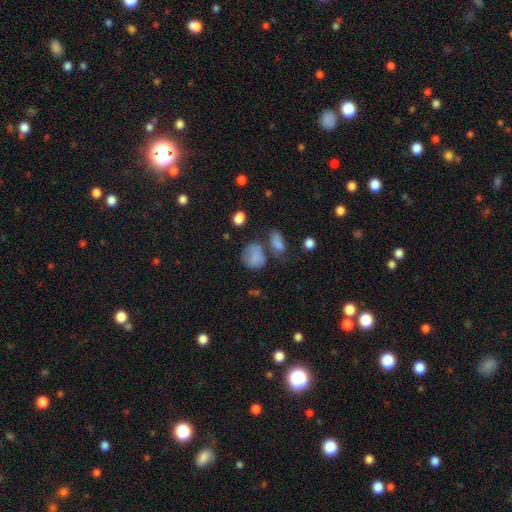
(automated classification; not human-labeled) Smooth or featured?
  - smooth: 79% *
  - featured or disk: 12%
  - star or artifact: 10%
How rounded?
  - round: 58% *
  - in between: 41%
  - cigar-shaped: 2%
Merging?
  - none: 44% *
  - minor disturbance: 23%
  - merger: 19%
  - major disturbance: 15%